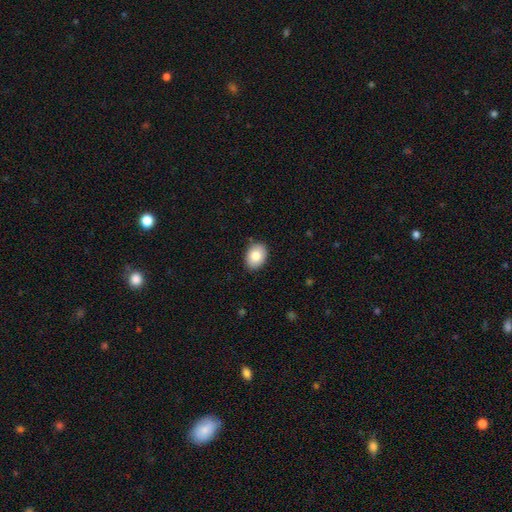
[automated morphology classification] This appears to be a smooth galaxy with no disk features (84%) that is in between round and cigar-shaped (72%). Merging: none (88%).